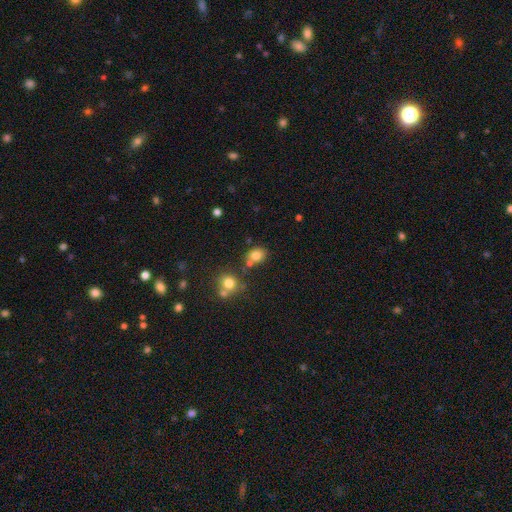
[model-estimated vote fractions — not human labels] Overall: smooth (79%). How rounded: round (62%; in between 37%). Merging: none (62%).